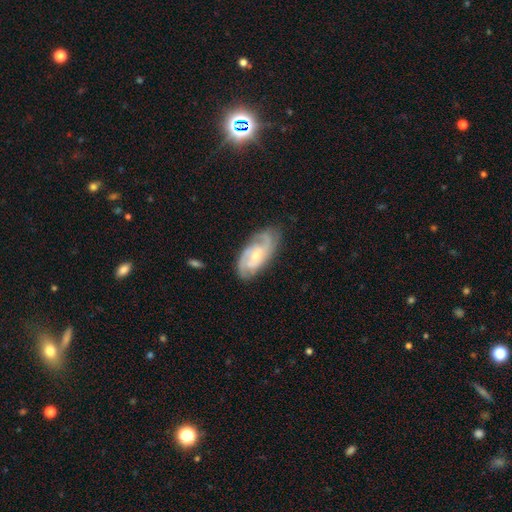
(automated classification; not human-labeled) A featured or disk galaxy (81%) with no bar (56%), 2 (43%) tight (48%) spiral arms (95%) and a moderate central bulge (50%).

Vote fractions:
- Smooth or featured? featured or disk: 81% / smooth: 14% / star or artifact: 5%
- Edge-on disk? no: 94% / yes: 6%
- Bar? no: 56% / weak: 37% / strong: 7%
- Spiral arms? yes: 95% / no: 5%
- Spiral winding? tight: 48% / medium: 41% / loose: 11%
- Spiral arm count? 2: 43% / 3: 24% / can't tell: 21% / 4: 5% / 1: 4% / more than 4: 3%
- Bulge size? moderate: 50% / small: 45% / large: 2% / none: 2% / dominant: 1%
- Merging? none: 73% / minor disturbance: 20% / major disturbance: 6% / merger: 2%